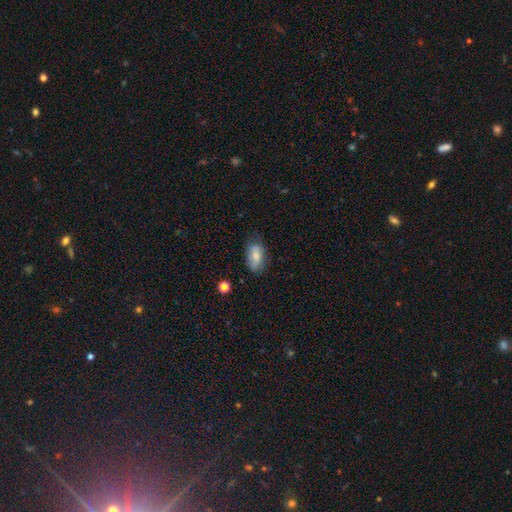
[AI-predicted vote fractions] smooth-or-featured: smooth: 71% | featured or disk: 21% | star or artifact: 7%
  how-rounded: in between: 90% | round: 6% | cigar-shaped: 5%
  merging: none: 69% | minor disturbance: 24% | major disturbance: 6% | merger: 2%